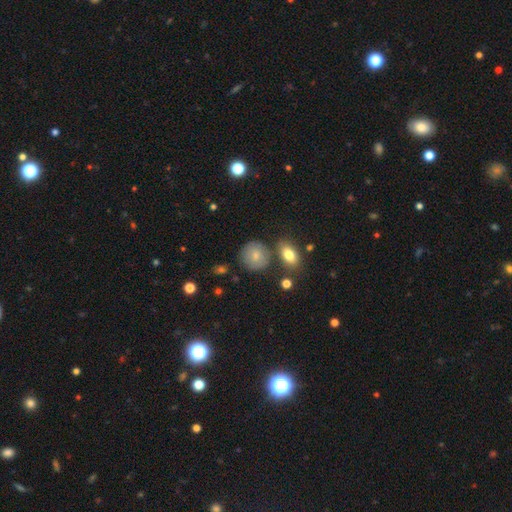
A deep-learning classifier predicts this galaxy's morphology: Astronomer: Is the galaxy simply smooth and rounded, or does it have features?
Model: smooth — 76%.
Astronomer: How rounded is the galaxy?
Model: round — 86%.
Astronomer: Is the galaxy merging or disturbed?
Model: none — 72%.